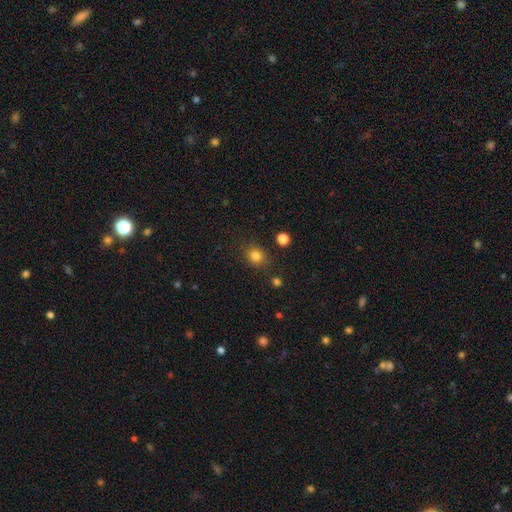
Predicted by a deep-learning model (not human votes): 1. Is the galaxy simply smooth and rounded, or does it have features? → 82% smooth, 13% star or artifact, 5% featured or disk.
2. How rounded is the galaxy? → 74% round, 25% in between, 1% cigar-shaped.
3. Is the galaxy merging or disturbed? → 83% none, 10% minor disturbance, 3% major disturbance, 3% merger.